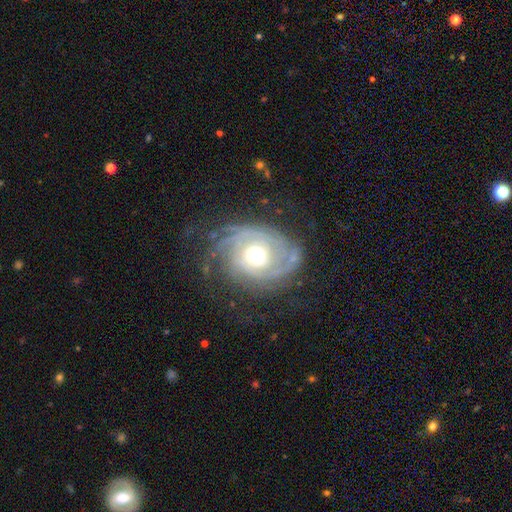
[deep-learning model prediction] A featured or disk galaxy (86%) with no bar (76%), tight (70%) spiral arms (95%) and a moderate central bulge (69%).

Vote fractions:
- Smooth or featured? featured or disk: 86% / smooth: 8% / star or artifact: 6%
- Edge-on disk? no: 97% / yes: 3%
- Bar? no: 76% / weak: 19% / strong: 5%
- Spiral arms? yes: 95% / no: 5%
- Spiral winding? tight: 70% / medium: 23% / loose: 7%
- Spiral arm count? can't tell: 32% / 3: 22% / 2: 19% / 4: 12% / more than 4: 8% / 1: 7%
- Bulge size? moderate: 69% / small: 15% / large: 14% / dominant: 1% / none: 1%
- Merging? none: 67% / minor disturbance: 19% / major disturbance: 12% / merger: 2%